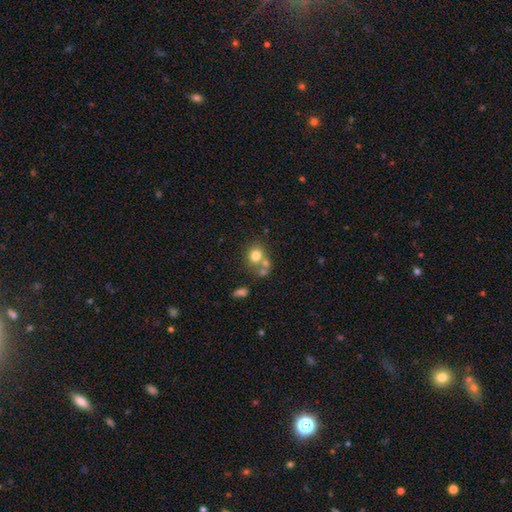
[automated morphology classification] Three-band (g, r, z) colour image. It shows a smooth galaxy with no disk features (73%) that is round (71%). Merging: none (45%).